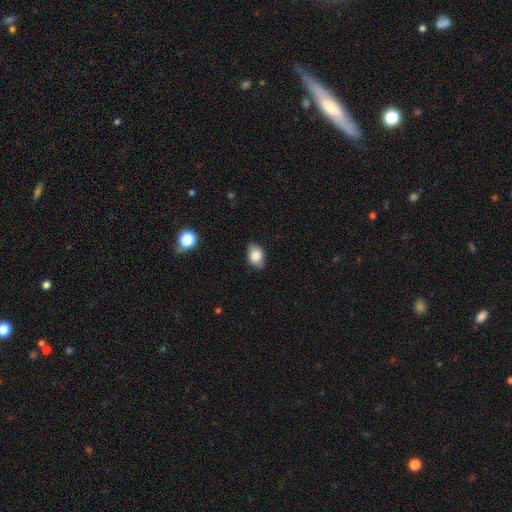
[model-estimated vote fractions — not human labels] Overall: smooth (79%). How rounded: in between (80%). Merging: none (78%).